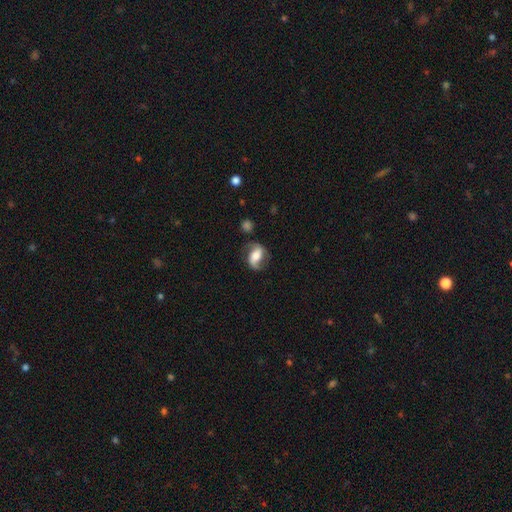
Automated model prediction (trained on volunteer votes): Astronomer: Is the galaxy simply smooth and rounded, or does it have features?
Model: featured or disk — 68%.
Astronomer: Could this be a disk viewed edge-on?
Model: no — 96%.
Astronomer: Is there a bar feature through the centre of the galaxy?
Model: weak — 35% (runner-up: no, 32%).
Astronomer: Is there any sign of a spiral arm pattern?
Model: yes — 90%.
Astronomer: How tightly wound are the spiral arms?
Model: loose — 44% (runner-up: medium, 40%).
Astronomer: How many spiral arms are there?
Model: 2 — 87%.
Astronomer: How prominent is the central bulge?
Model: moderate — 46% (runner-up: large, 30%).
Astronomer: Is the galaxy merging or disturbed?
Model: none — 69%.